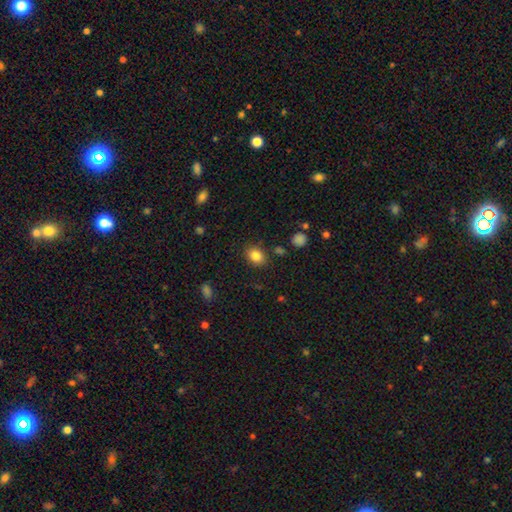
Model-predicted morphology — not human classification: Smooth or featured?
  - smooth: 84% *
  - star or artifact: 10%
  - featured or disk: 6%
How rounded?
  - in between: 61% *
  - round: 38%
  - cigar-shaped: 1%
Merging?
  - none: 83% *
  - minor disturbance: 11%
  - major disturbance: 3%
  - merger: 3%